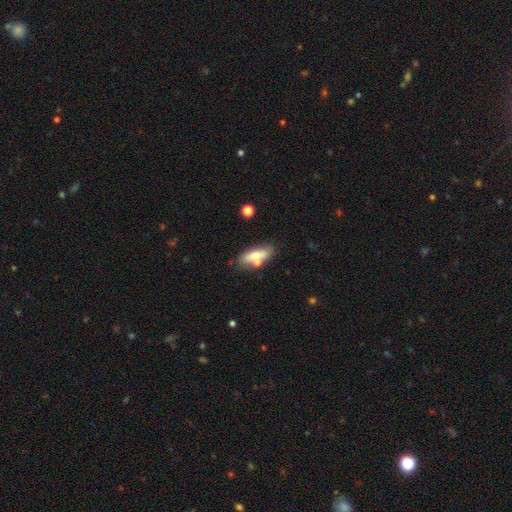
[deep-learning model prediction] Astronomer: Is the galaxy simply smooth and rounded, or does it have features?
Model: smooth — 61%.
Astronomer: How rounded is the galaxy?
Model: in between — 65%.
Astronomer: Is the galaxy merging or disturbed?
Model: none — 60%.